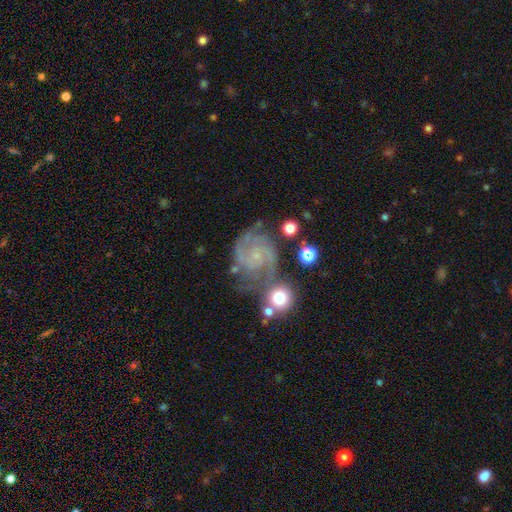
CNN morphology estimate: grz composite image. It shows a featured or disk galaxy (86%) with no bar (67%), 2 (52%) tight (48%) spiral arms (97%) and a small central bulge (72%). Merging: none (58%).